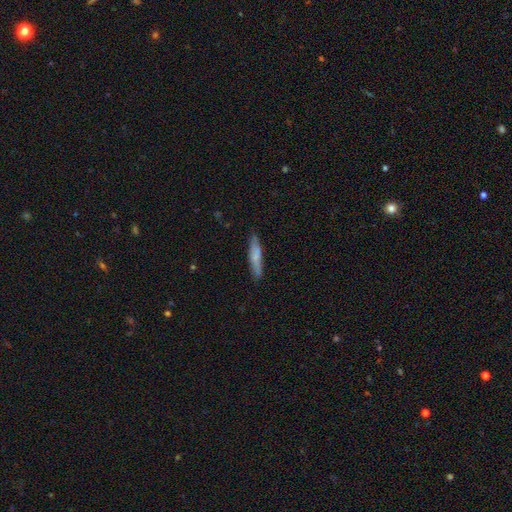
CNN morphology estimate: smooth-or-featured: smooth: 68% | featured or disk: 27% | star or artifact: 6%
  how-rounded: cigar-shaped: 90% | in between: 8% | round: 1%
  merging: none: 86% | minor disturbance: 10% | major disturbance: 2% | merger: 1%